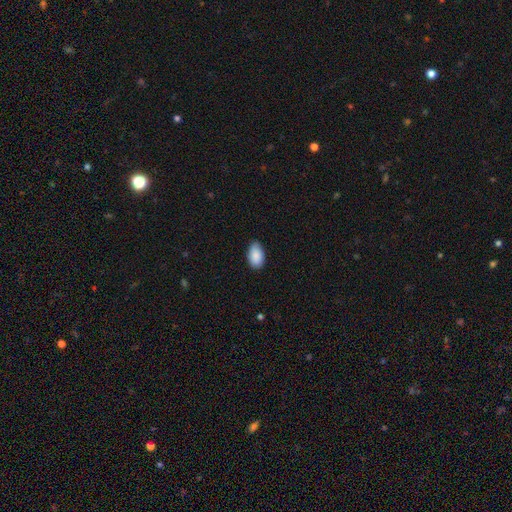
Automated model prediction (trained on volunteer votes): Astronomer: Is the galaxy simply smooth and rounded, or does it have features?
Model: smooth — 90%.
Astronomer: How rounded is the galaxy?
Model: in between — 94%.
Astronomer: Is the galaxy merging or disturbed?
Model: none — 81%.